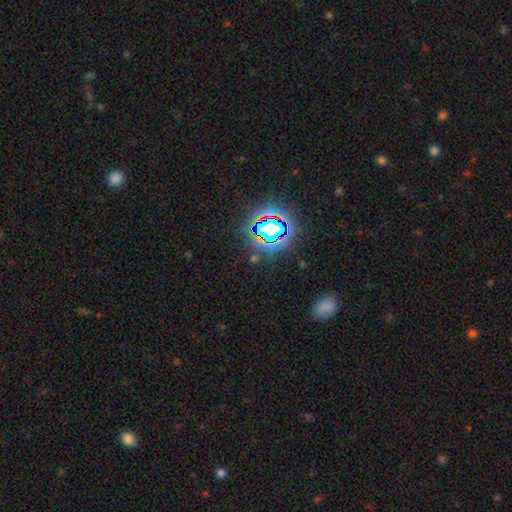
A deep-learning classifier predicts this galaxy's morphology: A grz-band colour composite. It shows a star or artifact, not a galaxy (74%).